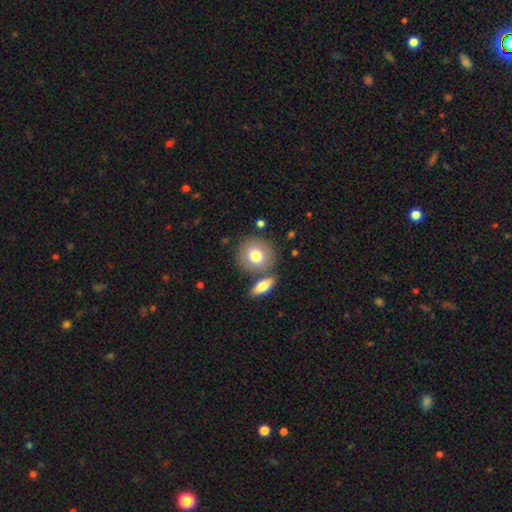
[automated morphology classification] smooth_or_featured: smooth (p=0.76) [alt: featured or disk p=0.16]
how_rounded: round (p=0.84) [alt: in between p=0.14]
merging: none (p=0.72) [alt: merger p=0.16]